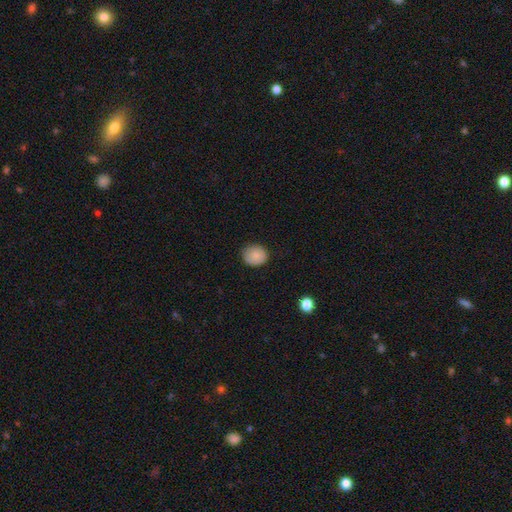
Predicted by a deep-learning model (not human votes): Q: Smooth or featured?
A: smooth (84%); runner-up: featured or disk (8%)
Q: How rounded?
A: round (77%); runner-up: in between (23%)
Q: Merging?
A: none (82%); runner-up: minor disturbance (14%)